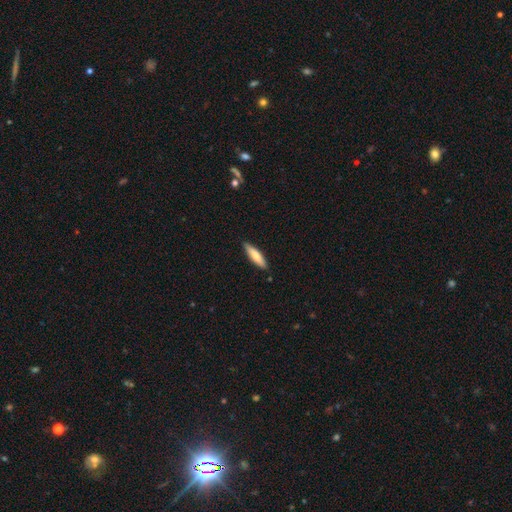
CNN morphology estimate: Overall: smooth (72%). How rounded: cigar-shaped (73%). Merging: none (87%).